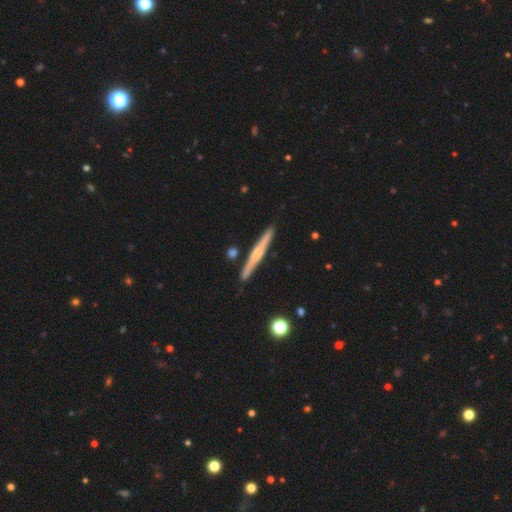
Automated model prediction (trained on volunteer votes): Q: Smooth or featured?
A: featured or disk (62%); runner-up: smooth (32%)
Q: Edge-on disk?
A: yes (98%); runner-up: no (2%)
Q: Edge-on bulge?
A: rounded (53%); runner-up: none (28%)
Q: Merging?
A: none (88%); runner-up: minor disturbance (7%)